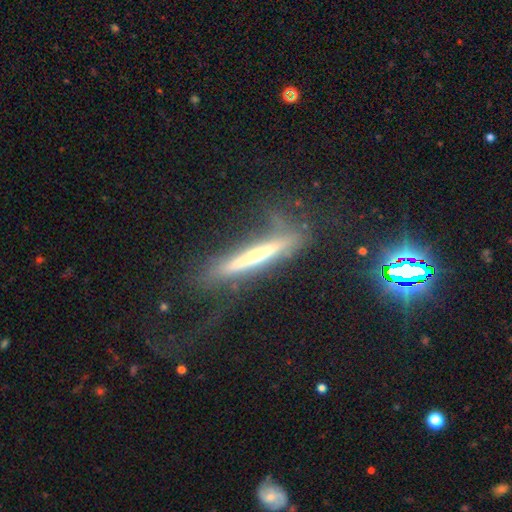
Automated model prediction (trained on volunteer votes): This appears to be a featured or disk galaxy (68%) viewed edge-on (88%) with a rounded central bulge (54%). Merging: none (55%).